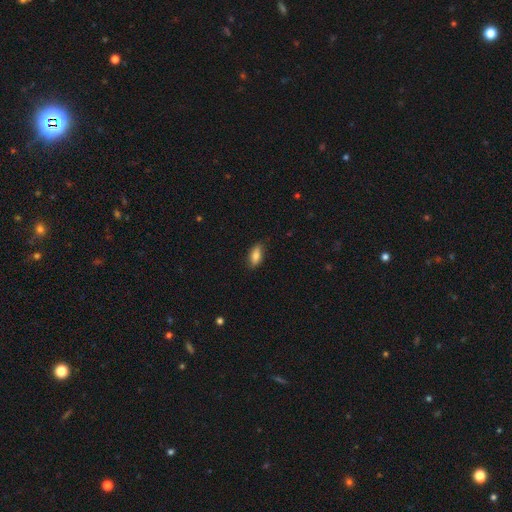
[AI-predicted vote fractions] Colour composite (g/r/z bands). It shows a smooth galaxy with no disk features (80%) that is in between round and cigar-shaped (81%). Merging: none (83%).